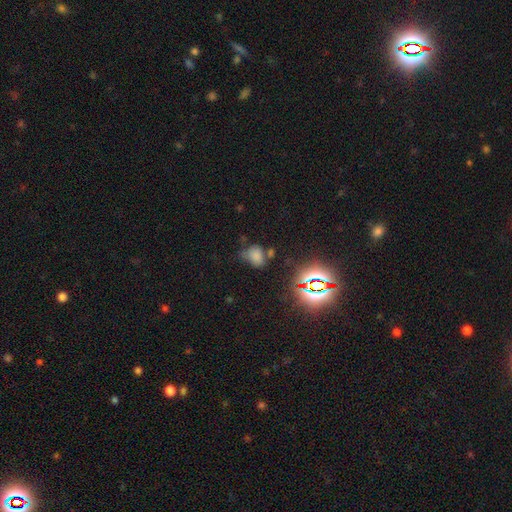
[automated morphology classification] A smooth galaxy with no disk features (64%) that is in between round and cigar-shaped (62%). Merging: none (44%).